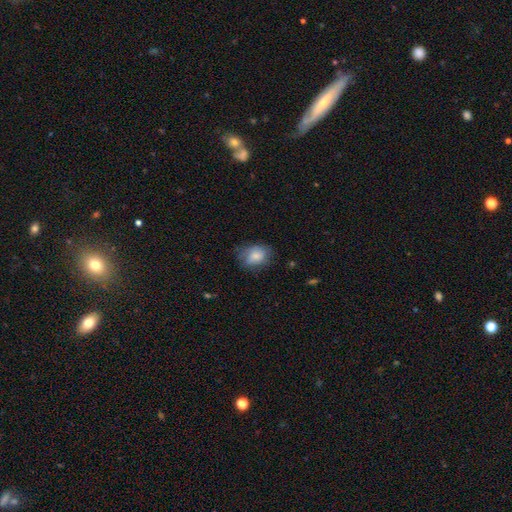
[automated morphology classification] Smooth or featured? smooth (78%)
How rounded? in between (70%)
Merging? none (63%)